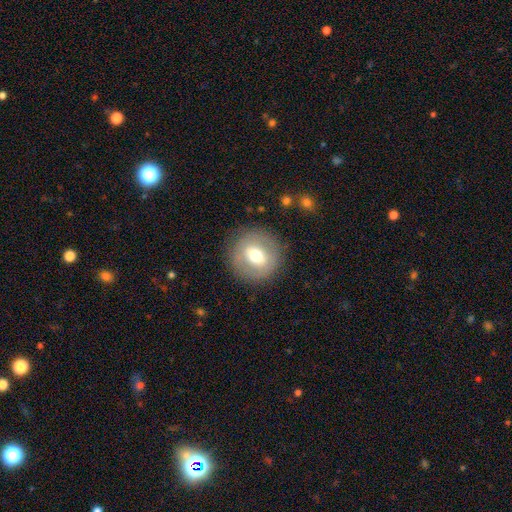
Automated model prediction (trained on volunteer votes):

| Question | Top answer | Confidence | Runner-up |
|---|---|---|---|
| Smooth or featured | smooth | 57% | featured or disk (35%) |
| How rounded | round | 92% | in between (8%) |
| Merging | none | 84% | minor disturbance (9%) |